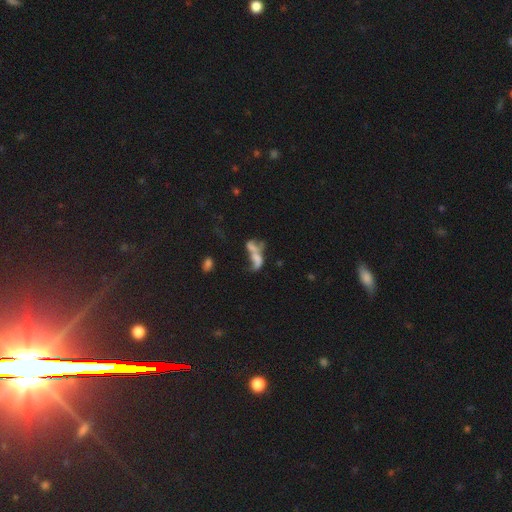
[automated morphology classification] Overall: featured or disk (47%; smooth 37%). Merging: merger (56%; major disturbance 21%).